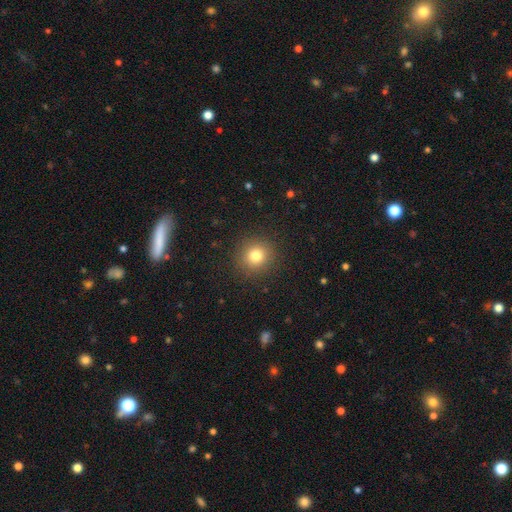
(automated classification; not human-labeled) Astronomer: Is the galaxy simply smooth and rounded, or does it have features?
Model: smooth — 79%.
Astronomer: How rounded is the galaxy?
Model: round — 92%.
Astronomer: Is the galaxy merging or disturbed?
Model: none — 91%.